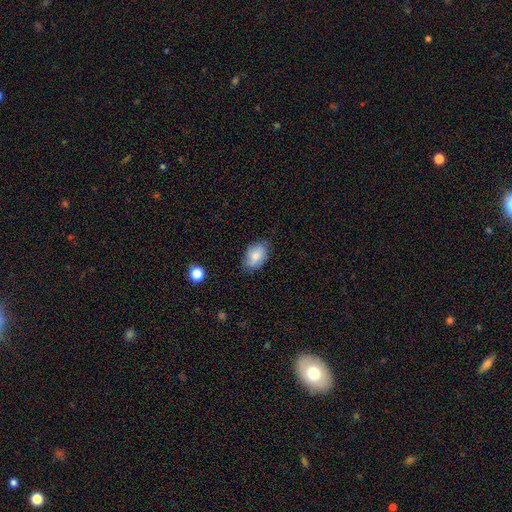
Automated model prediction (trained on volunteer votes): Smooth or featured: smooth — 79% (featured or disk — 14%)
How rounded: in between — 88% (round — 10%)
Merging: none — 75% (minor disturbance — 20%)